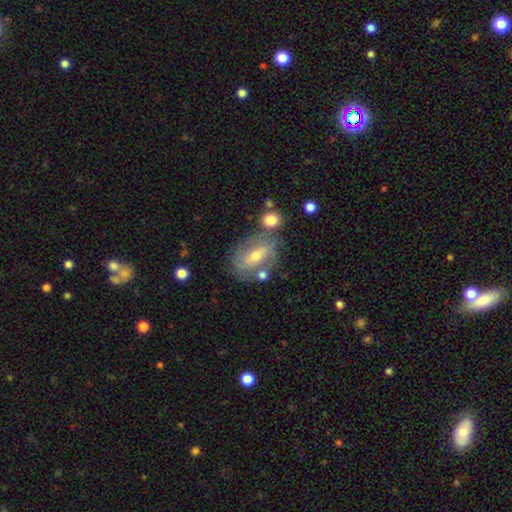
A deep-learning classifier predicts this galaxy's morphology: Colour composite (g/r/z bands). It shows a featured or disk galaxy (67%) with a weak bar (39%), spiral arms (71%) and a moderate central bulge (53%). Merging: none (62%).